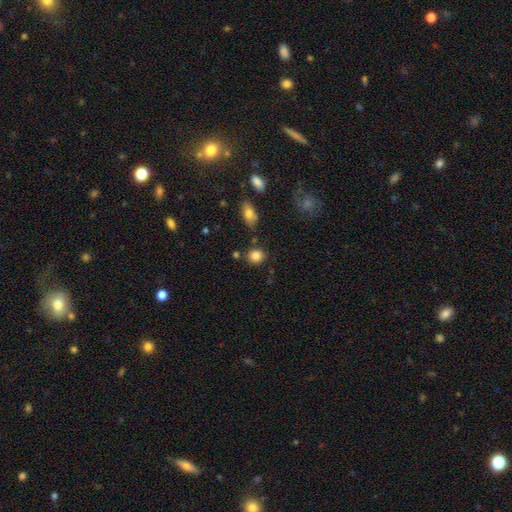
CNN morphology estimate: smooth 85%, star or artifact 10%, featured or disk 6%. Down the decision tree: how rounded — round (77%); merging — none (81%).